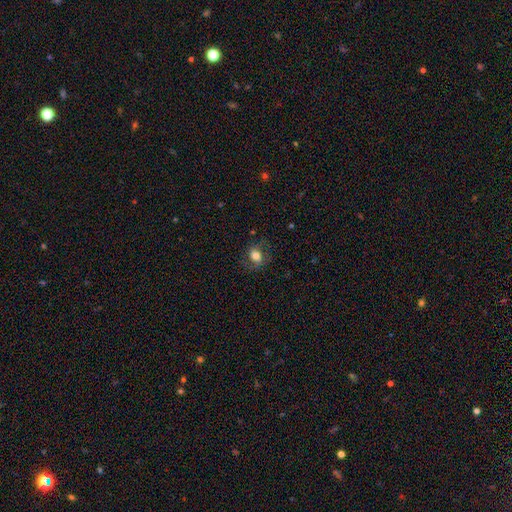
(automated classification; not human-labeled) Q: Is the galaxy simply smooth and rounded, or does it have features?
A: smooth — 73%.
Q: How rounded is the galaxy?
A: in between — 64%.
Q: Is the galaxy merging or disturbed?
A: none — 72%.